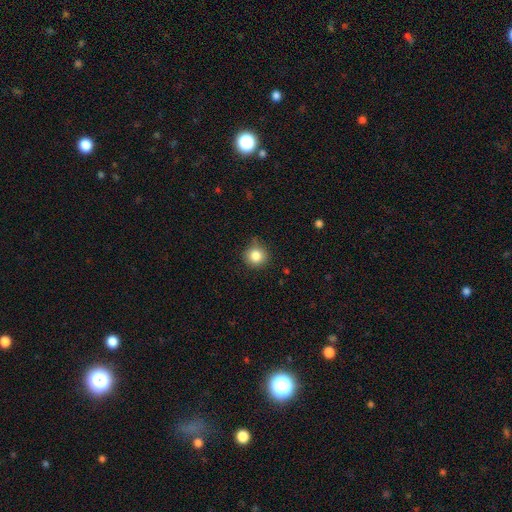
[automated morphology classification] A smooth galaxy with no disk features (84%) that is round (93%). Merging: none (80%).